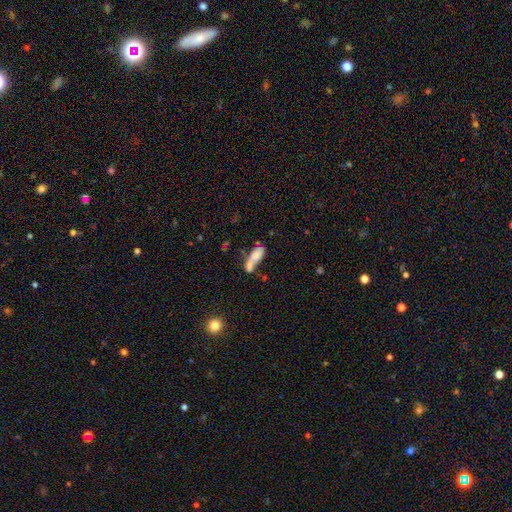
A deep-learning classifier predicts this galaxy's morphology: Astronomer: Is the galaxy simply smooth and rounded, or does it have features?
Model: smooth — 70%.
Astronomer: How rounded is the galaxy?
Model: in between — 68%.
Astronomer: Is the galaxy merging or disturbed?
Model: merger — 54%.